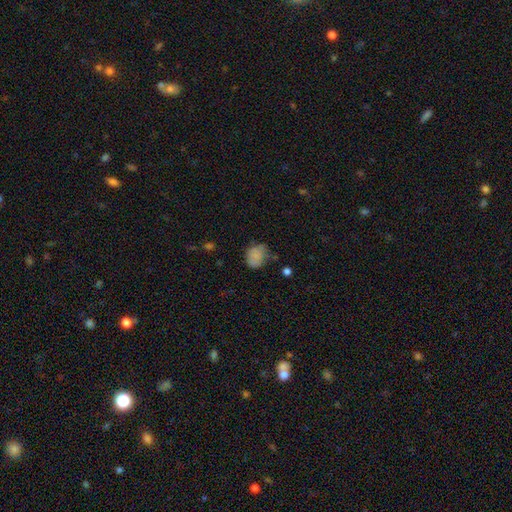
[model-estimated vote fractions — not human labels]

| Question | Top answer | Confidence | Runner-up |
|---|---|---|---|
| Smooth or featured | smooth | 78% | featured or disk (12%) |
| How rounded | in between | 50% | round (49%) |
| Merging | none | 53% | minor disturbance (33%) |